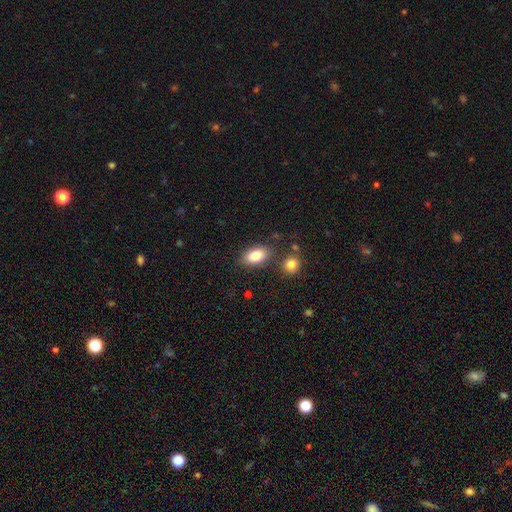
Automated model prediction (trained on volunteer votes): Smooth or featured? smooth (84%)
How rounded? in between (90%)
Merging? none (77%)